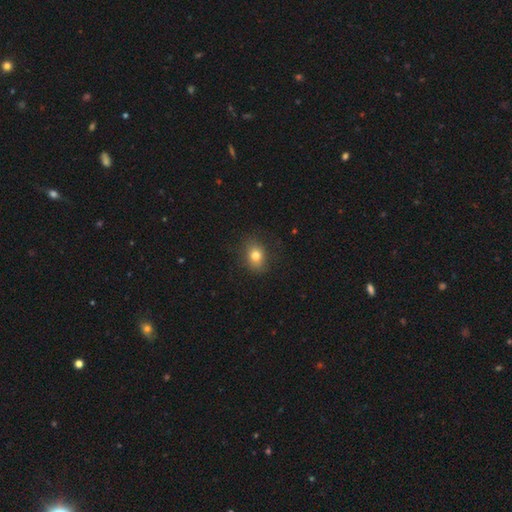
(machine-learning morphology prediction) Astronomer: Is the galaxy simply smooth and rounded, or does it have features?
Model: smooth — 78%.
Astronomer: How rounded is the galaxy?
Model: in between — 54% (runner-up: round, 44%).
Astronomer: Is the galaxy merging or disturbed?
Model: none — 83%.